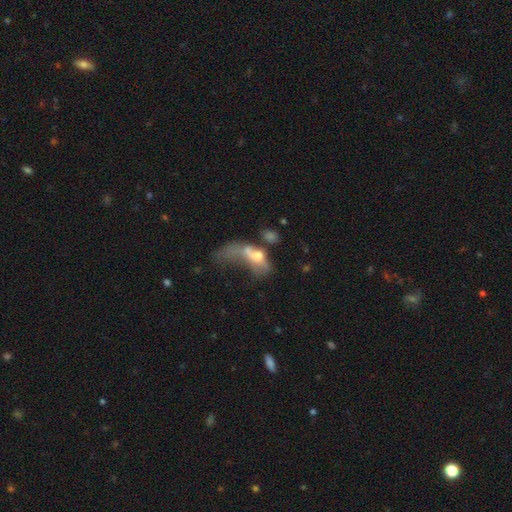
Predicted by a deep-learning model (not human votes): Morphology: type=smooth (52%); roundness=in between (76%); merging=major disturbance (46%).